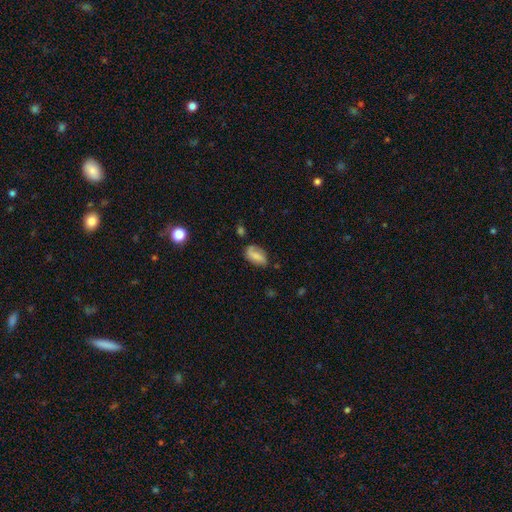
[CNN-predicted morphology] Smooth or featured? Predicted: smooth (p=0.67). How rounded? Predicted: in between (p=0.90). Merging? Predicted: none (p=0.62).